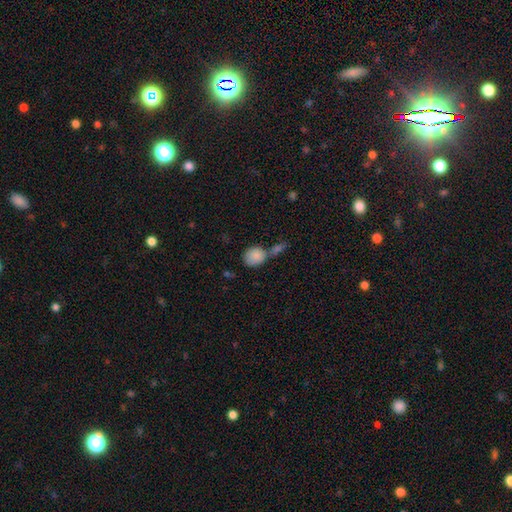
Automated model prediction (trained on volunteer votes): Overall: smooth (86%). How rounded: round (70%). Merging: merger (42%; none 40%).